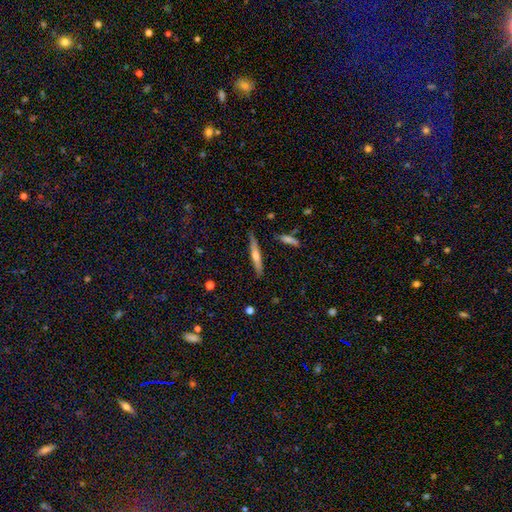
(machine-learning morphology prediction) Smooth or featured?
  - featured or disk: 56% *
  - smooth: 36%
  - star or artifact: 7%
Edge-on disk?
  - yes: 95% *
  - no: 5%
Edge-on bulge?
  - rounded: 78% *
  - none: 15%
  - boxy: 7%
Merging?
  - none: 86% *
  - minor disturbance: 10%
  - merger: 2%
  - major disturbance: 2%